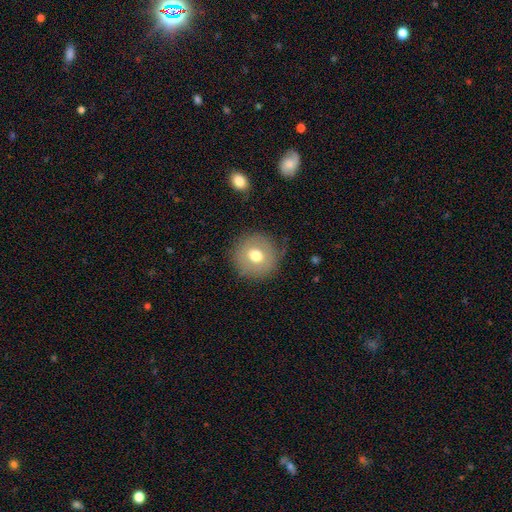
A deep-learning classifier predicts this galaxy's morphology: Overall: smooth (70%). How rounded: round (94%). Merging: none (82%).